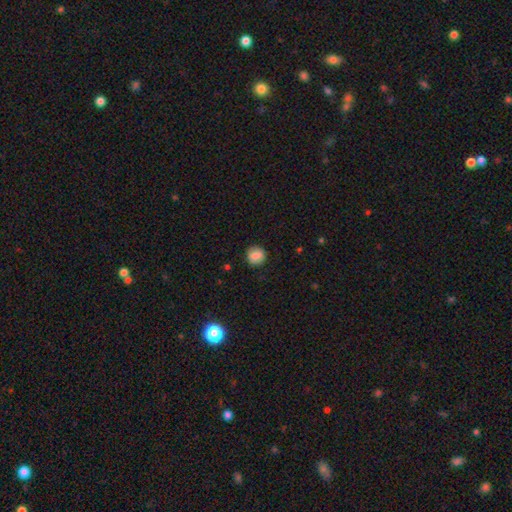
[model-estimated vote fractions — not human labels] smooth_or_featured: smooth (p=0.84) [alt: star or artifact p=0.09]
how_rounded: round (p=0.90) [alt: in between p=0.09]
merging: none (p=0.88) [alt: minor disturbance p=0.09]